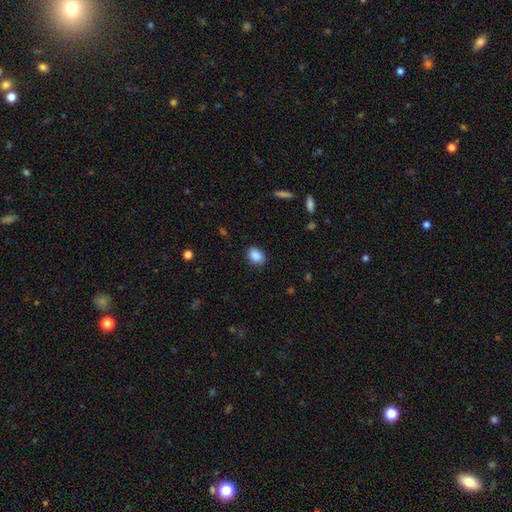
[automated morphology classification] smooth_or_featured: smooth (p=0.88) [alt: star or artifact p=0.08]
how_rounded: in between (p=0.67) [alt: round p=0.32]
merging: none (p=0.85) [alt: minor disturbance p=0.11]